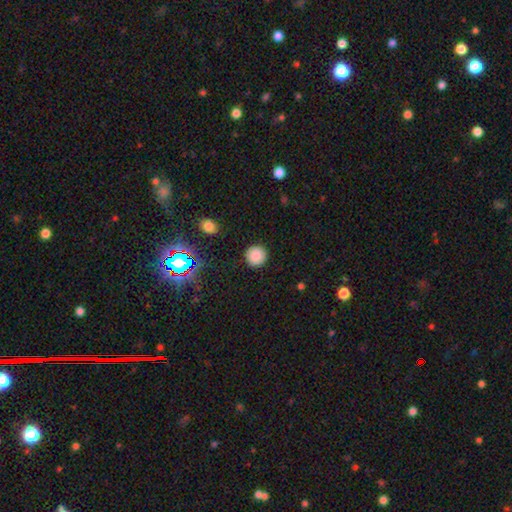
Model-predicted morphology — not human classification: Smooth or featured? smooth (85%)
How rounded? round (95%)
Merging? none (91%)